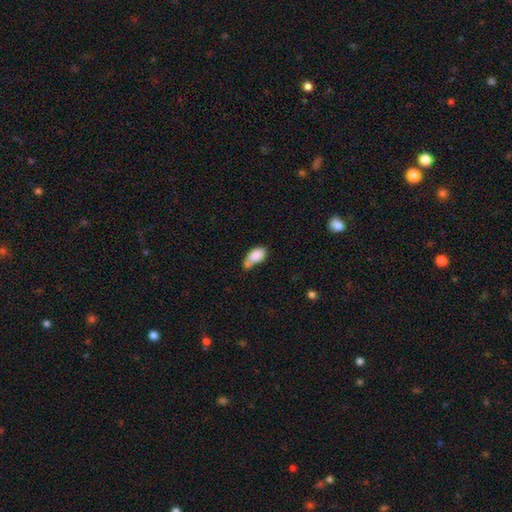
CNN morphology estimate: type=smooth (83%); roundness=in between (89%); merging=none (34%).